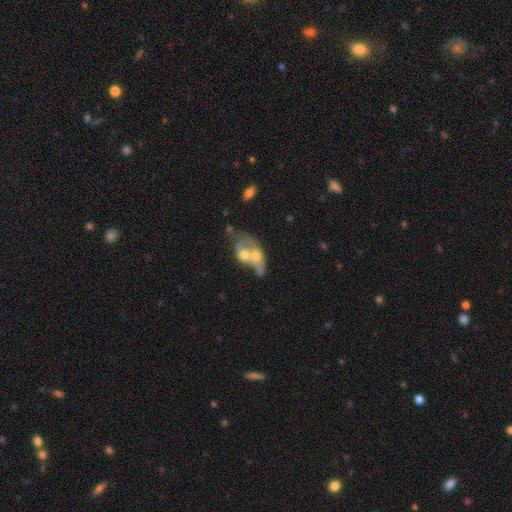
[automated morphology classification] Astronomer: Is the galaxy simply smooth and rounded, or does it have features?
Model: featured or disk — 46%, tied with smooth at 46%.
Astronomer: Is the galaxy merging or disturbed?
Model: merger — 76%.